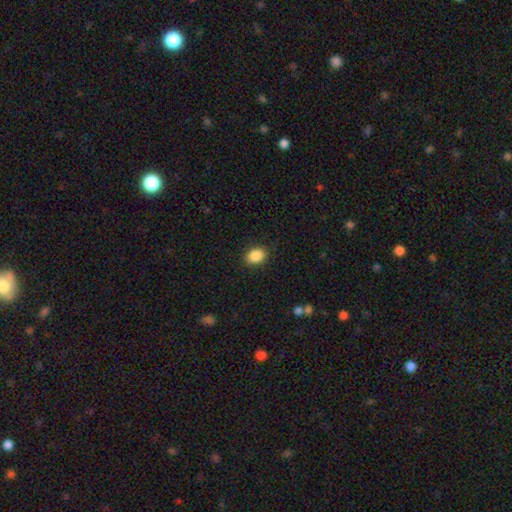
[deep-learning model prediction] Smooth or featured? smooth (88%)
How rounded? in between (64%)
Merging? none (87%)